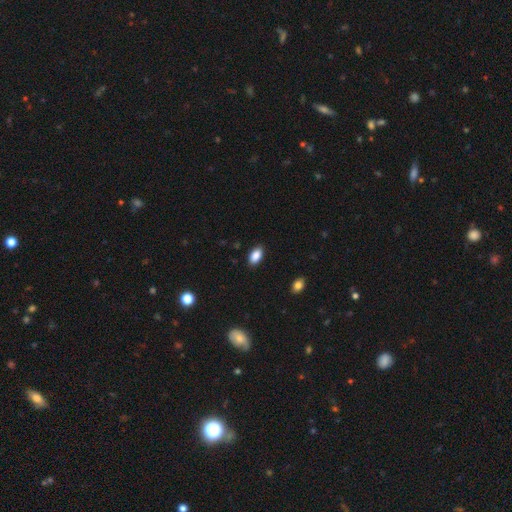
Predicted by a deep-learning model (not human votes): A smooth galaxy with no disk features (88%) that is in between round and cigar-shaped (93%).

Vote fractions:
- Smooth or featured? smooth: 88% / star or artifact: 7% / featured or disk: 4%
- How rounded? in between: 93% / round: 4% / cigar-shaped: 3%
- Merging? none: 88% / minor disturbance: 9% / major disturbance: 2% / merger: 1%